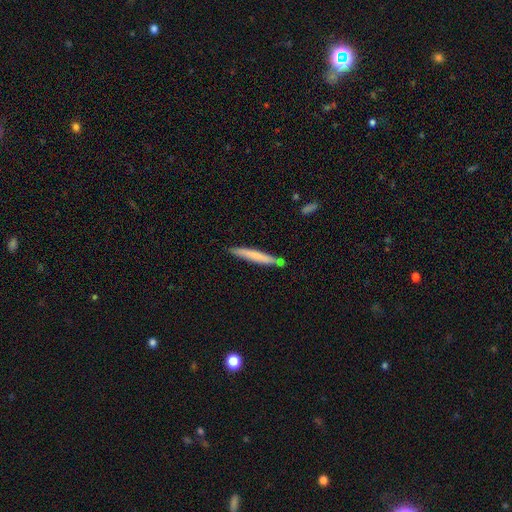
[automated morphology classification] A smooth galaxy with no disk features (67%) that is cigar-shaped (96%).

Vote fractions:
- Smooth or featured? smooth: 67% / featured or disk: 27% / star or artifact: 6%
- How rounded? cigar-shaped: 96% / in between: 3% / round: 1%
- Merging? none: 78% / minor disturbance: 12% / merger: 8% / major disturbance: 2%